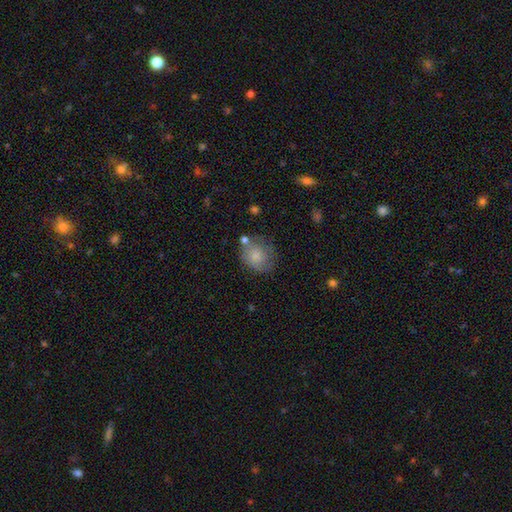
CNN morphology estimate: Q: Smooth or featured?
A: smooth (77%); runner-up: featured or disk (15%)
Q: How rounded?
A: round (64%); runner-up: in between (35%)
Q: Merging?
A: none (59%); runner-up: minor disturbance (24%)